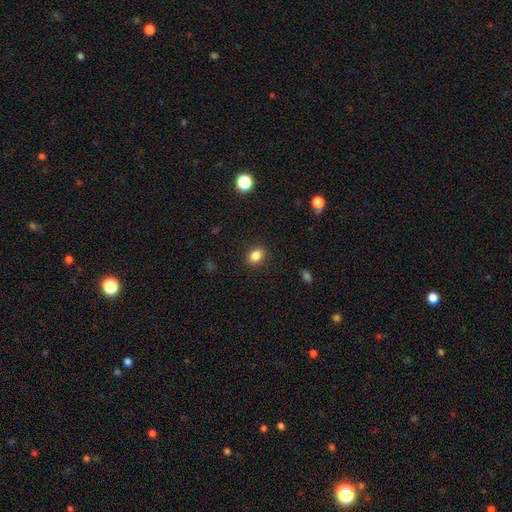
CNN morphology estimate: Smooth or featured: smooth — 85% (star or artifact — 11%)
How rounded: in between — 65% (round — 34%)
Merging: none — 89% (minor disturbance — 8%)